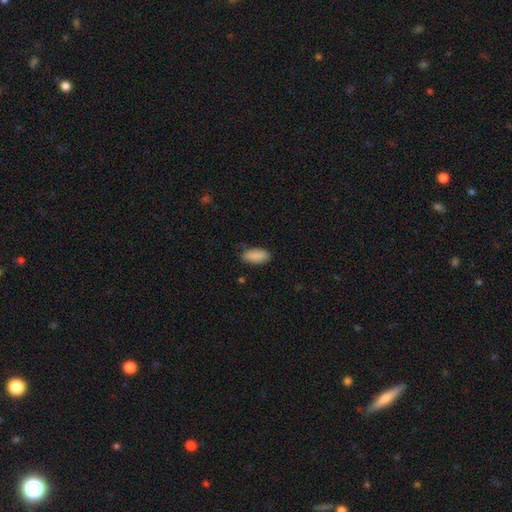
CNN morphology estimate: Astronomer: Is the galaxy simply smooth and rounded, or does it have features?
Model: smooth — 89%.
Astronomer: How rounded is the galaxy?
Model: in between — 89%.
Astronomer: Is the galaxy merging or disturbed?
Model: none — 77%.